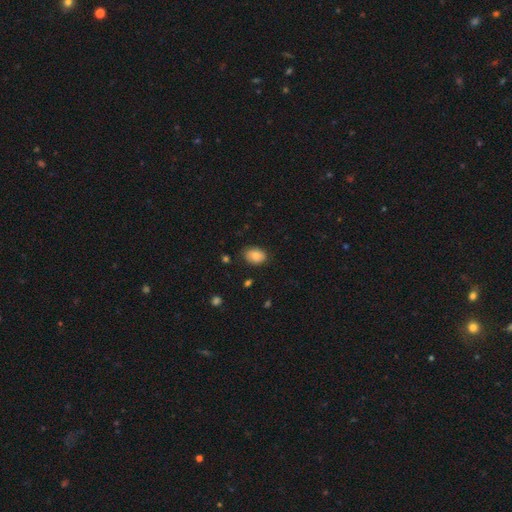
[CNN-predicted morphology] Q: Smooth or featured?
A: smooth (79%); runner-up: featured or disk (12%)
Q: How rounded?
A: in between (72%); runner-up: round (27%)
Q: Merging?
A: none (80%); runner-up: minor disturbance (16%)